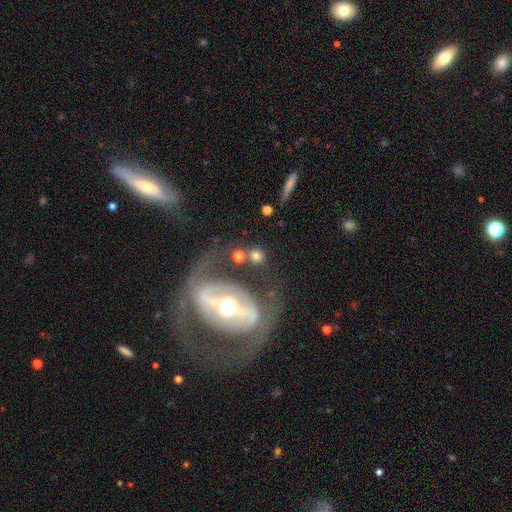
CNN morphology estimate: type=smooth (55%); roundness=round (77%); merging=none (67%).